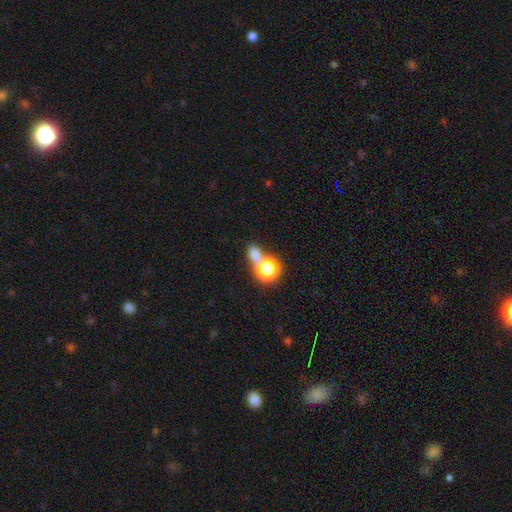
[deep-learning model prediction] A smooth galaxy with no disk features (69%) that is in between round and cigar-shaped (49%). Merging: merger (46%).